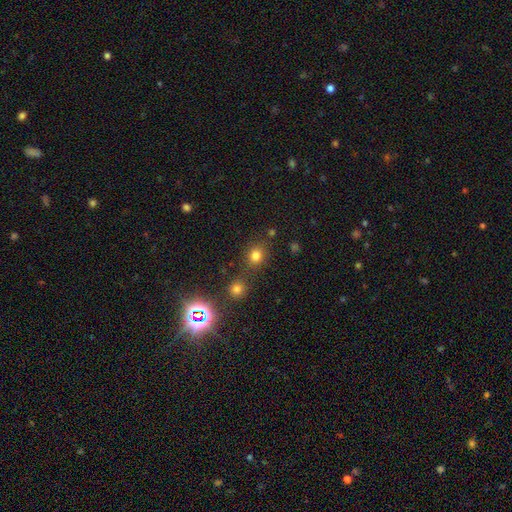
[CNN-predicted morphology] A smooth galaxy with no disk features (75%) that is round (77%).

Vote fractions:
- Smooth or featured? smooth: 75% / star or artifact: 19% / featured or disk: 6%
- How rounded? round: 77% / in between: 22% / cigar-shaped: 1%
- Merging? none: 73% / merger: 13% / minor disturbance: 10% / major disturbance: 4%